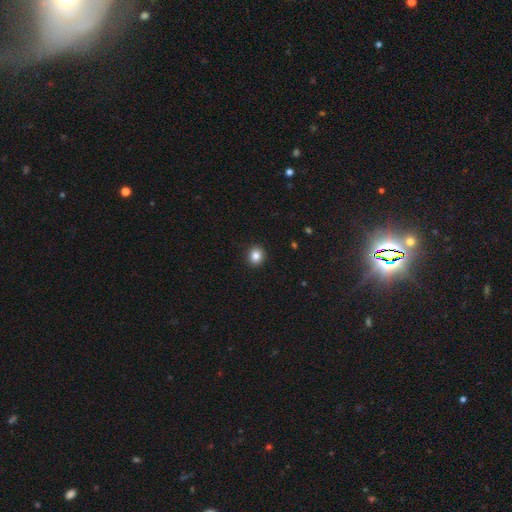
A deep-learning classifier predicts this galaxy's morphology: Smooth or featured? smooth (85%)
How rounded? round (82%)
Merging? none (92%)